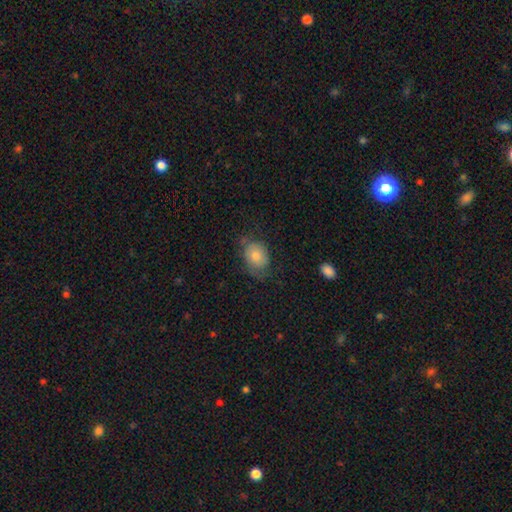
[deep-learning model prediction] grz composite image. It shows a smooth galaxy with no disk features (69%) that is in between round and cigar-shaped (53%). Merging: none (58%).